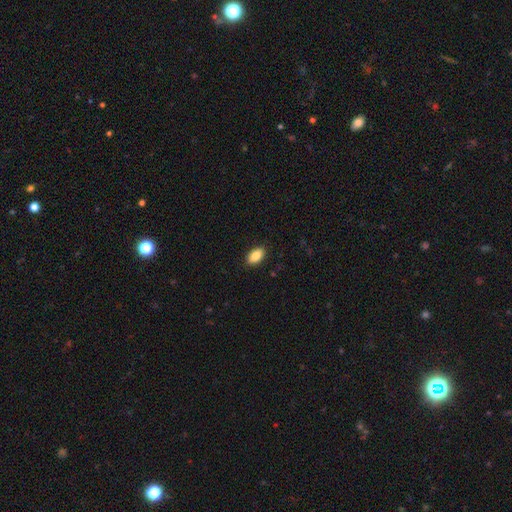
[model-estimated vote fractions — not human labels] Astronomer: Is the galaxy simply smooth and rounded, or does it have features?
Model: smooth — 87%.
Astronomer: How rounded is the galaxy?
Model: in between — 93%.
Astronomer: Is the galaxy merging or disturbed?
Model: none — 89%.